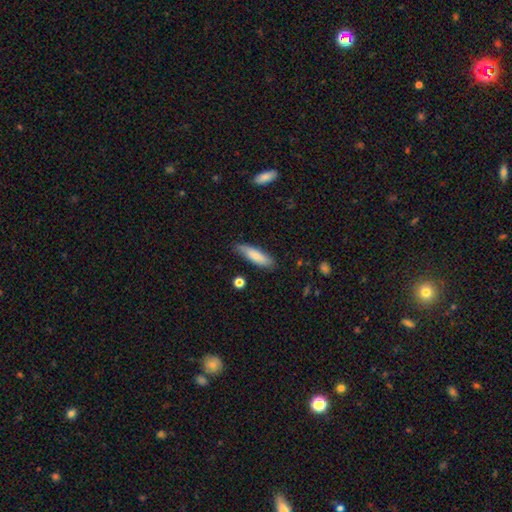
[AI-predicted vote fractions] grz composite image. It shows a smooth galaxy with no disk features (78%) that is cigar-shaped (62%). Merging: none (78%).